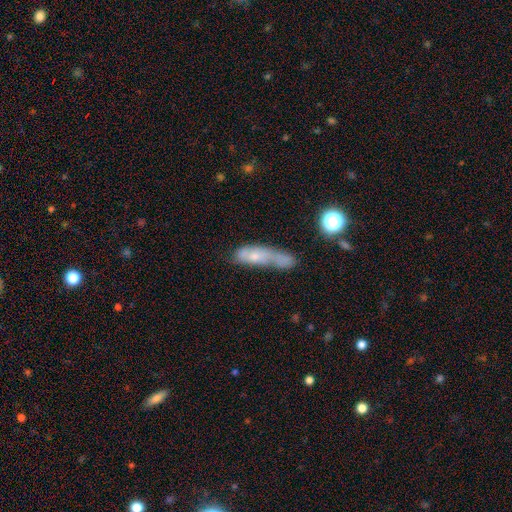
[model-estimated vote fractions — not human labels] smooth_or_featured: smooth (p=0.58) [alt: featured or disk p=0.32]
how_rounded: cigar-shaped (p=0.52) [alt: in between p=0.43]
merging: merger (p=0.38) [alt: major disturbance p=0.23]